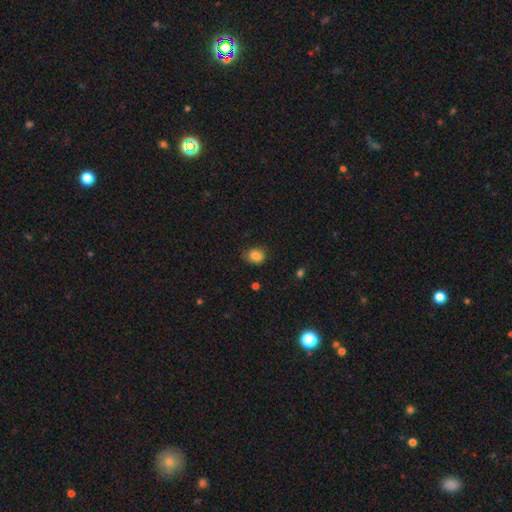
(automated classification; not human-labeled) Morphology: type=smooth (84%); roundness=round (64%); merging=none (73%).